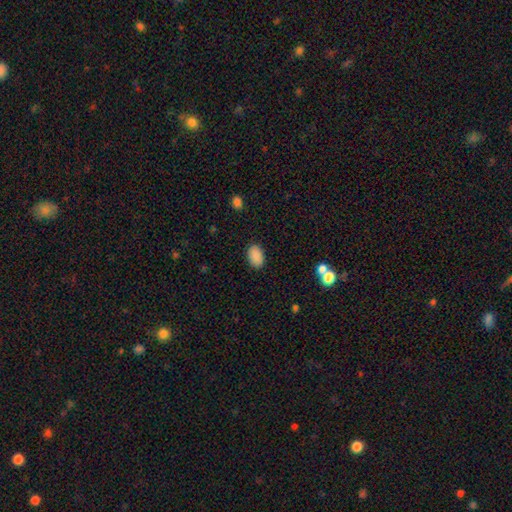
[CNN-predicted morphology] smooth-or-featured: smooth: 89% | star or artifact: 8% | featured or disk: 3%
  how-rounded: in between: 90% | round: 9% | cigar-shaped: 1%
  merging: none: 88% | minor disturbance: 9% | major disturbance: 2% | merger: 1%